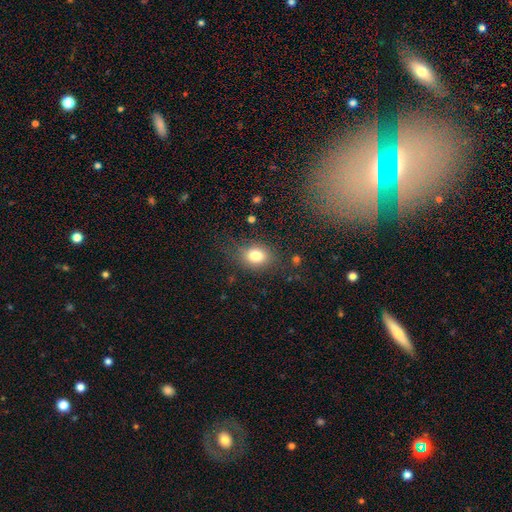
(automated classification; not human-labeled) A smooth galaxy with no disk features (80%) that is in between round and cigar-shaped (57%).

Vote fractions:
- Smooth or featured? smooth: 80% / star or artifact: 11% / featured or disk: 9%
- How rounded? in between: 57% / round: 42% / cigar-shaped: 1%
- Merging? none: 76% / minor disturbance: 16% / major disturbance: 7% / merger: 2%